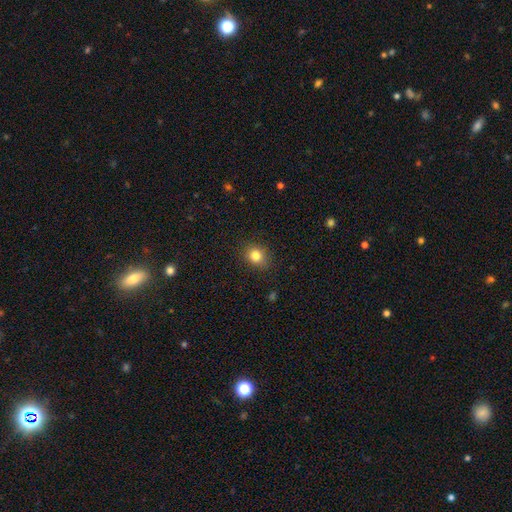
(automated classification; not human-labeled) Smooth or featured?
  - smooth: 82% *
  - star or artifact: 11%
  - featured or disk: 6%
How rounded?
  - round: 68% *
  - in between: 31%
  - cigar-shaped: 1%
Merging?
  - none: 85% *
  - minor disturbance: 11%
  - major disturbance: 3%
  - merger: 1%